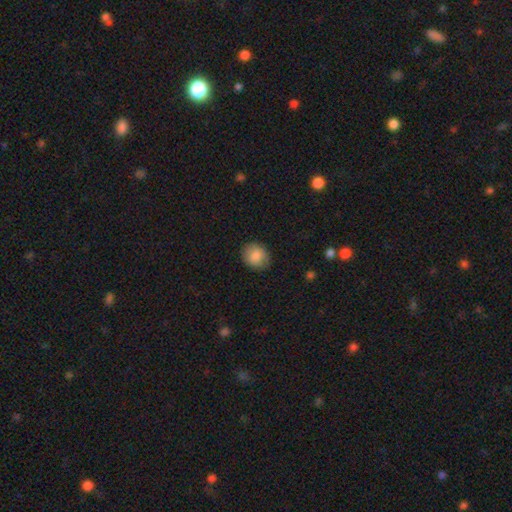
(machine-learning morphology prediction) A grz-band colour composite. It shows a smooth galaxy with no disk features (85%) that is round (56%). Merging: none (85%).